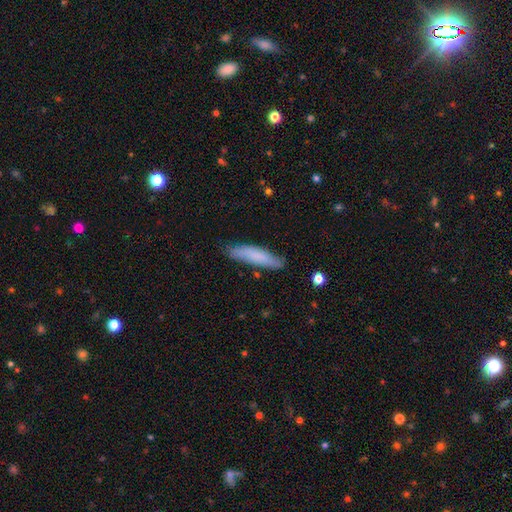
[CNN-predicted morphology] smooth 77%, featured or disk 17%, star or artifact 6%. Down the decision tree: how rounded — cigar-shaped (79%); merging — none (79%).